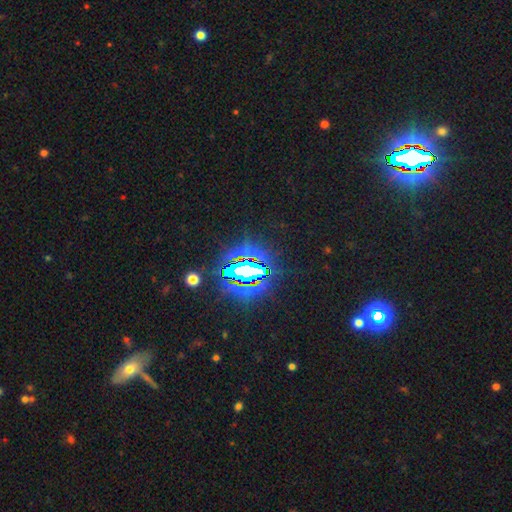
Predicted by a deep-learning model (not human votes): Smooth or featured?
  - star or artifact: 85% *
  - smooth: 8%
  - featured or disk: 7%